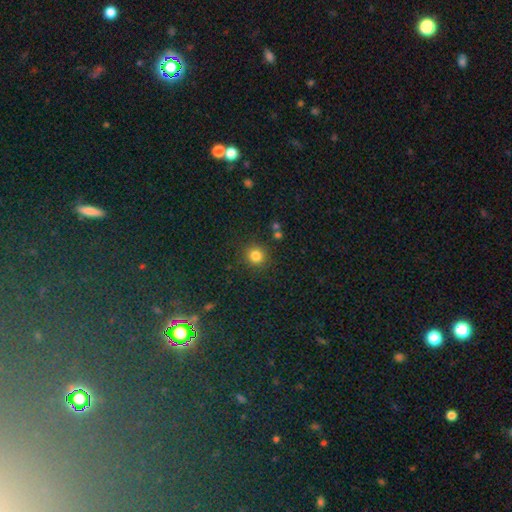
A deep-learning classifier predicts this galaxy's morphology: This is clearly a smooth galaxy (82%). How rounded: clearly round (92%). Merging: clearly none (87%).